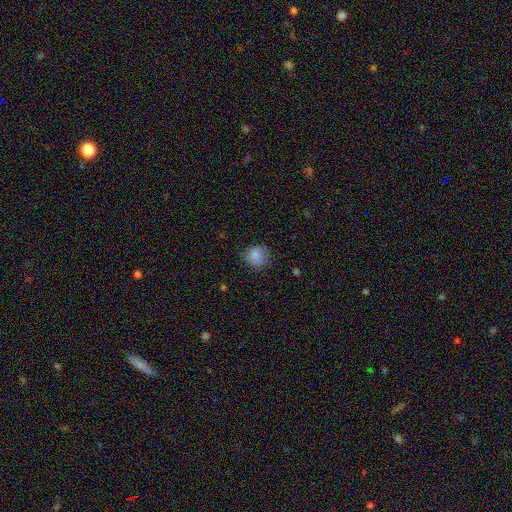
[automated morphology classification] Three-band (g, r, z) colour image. It shows a smooth galaxy with no disk features (81%) that is round (75%). Merging: none (69%).